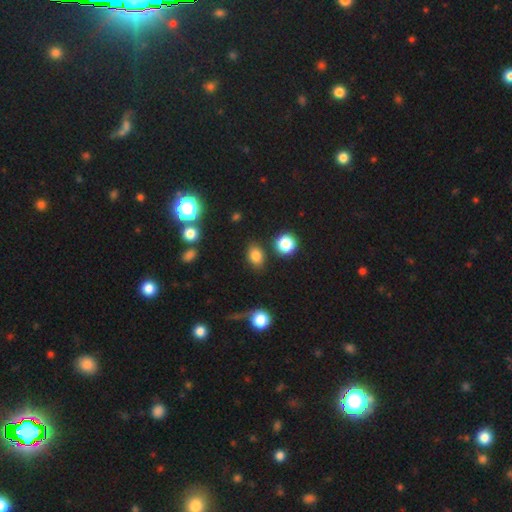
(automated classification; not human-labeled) Morphology: type=smooth (80%); roundness=in between (72%); merging=none (81%).